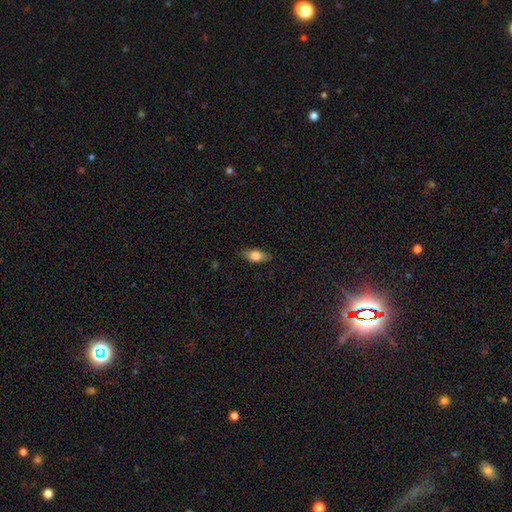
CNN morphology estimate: A smooth galaxy with no disk features (74%) that is in between round and cigar-shaped (84%). Merging: none (82%).